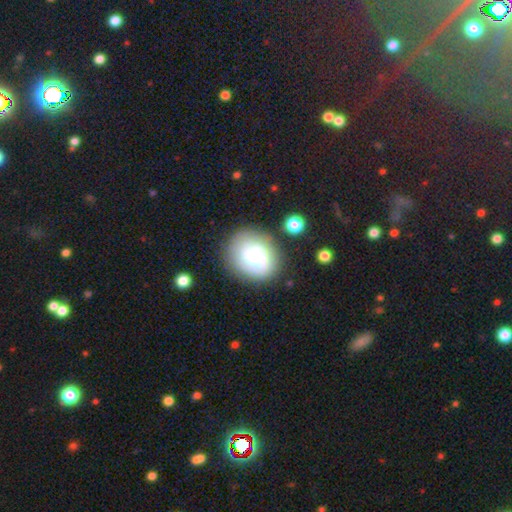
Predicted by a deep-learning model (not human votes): Q: Smooth or featured?
A: smooth (47%); runner-up: featured or disk (44%)
Q: Merging?
A: none (65%); runner-up: minor disturbance (19%)